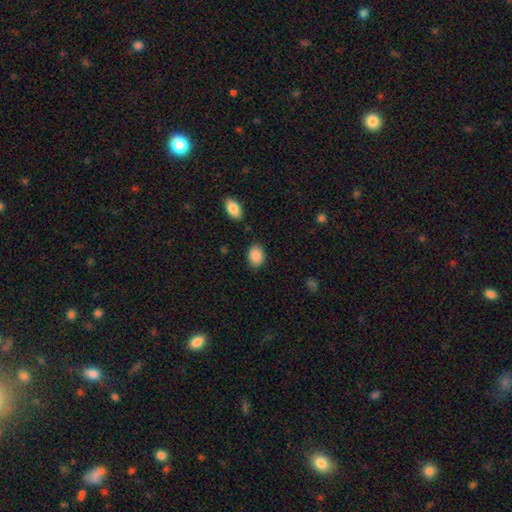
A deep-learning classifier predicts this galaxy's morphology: A smooth galaxy with no disk features (89%) that is in between round and cigar-shaped (65%). Merging: none (82%).